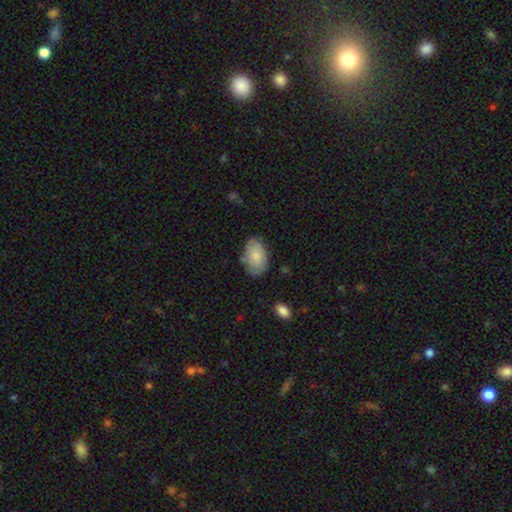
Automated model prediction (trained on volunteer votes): This appears to be a smooth galaxy with no disk features (68%) that is in between round and cigar-shaped (91%). Merging: none (70%).